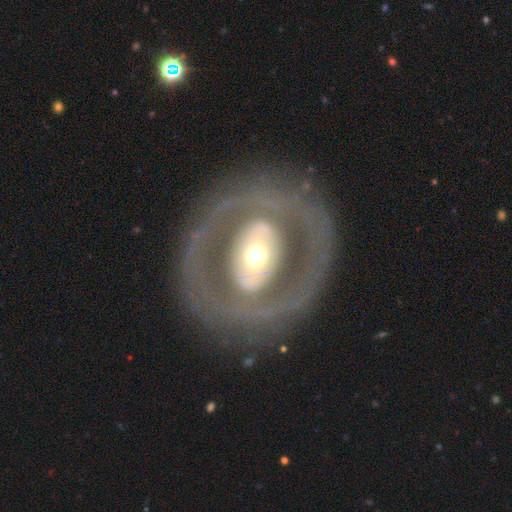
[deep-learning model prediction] A featured or disk galaxy (71%) with no bar (57%), no spiral arms (72%) and a moderate central bulge (58%).

Vote fractions:
- Smooth or featured? featured or disk: 71% / smooth: 23% / star or artifact: 5%
- Edge-on disk? no: 93% / yes: 7%
- Bar? no: 57% / strong: 22% / weak: 21%
- Spiral arms? no: 72% / yes: 28%
- Bulge size? moderate: 58% / small: 25% / large: 13% / dominant: 2% / none: 1%
- Merging? none: 78% / minor disturbance: 11% / major disturbance: 10% / merger: 2%